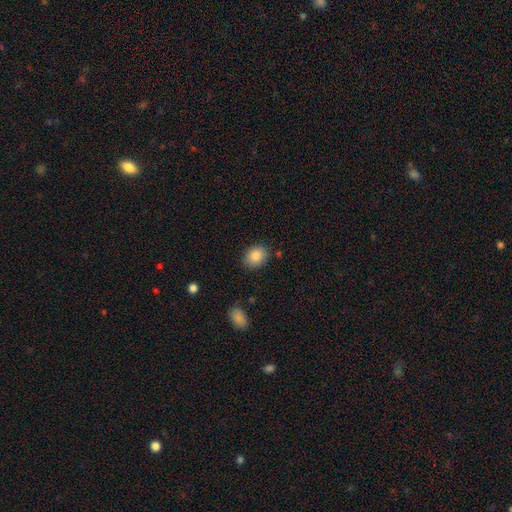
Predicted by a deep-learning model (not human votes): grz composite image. It shows a smooth galaxy with no disk features (85%) that is round (54%). Merging: none (84%).